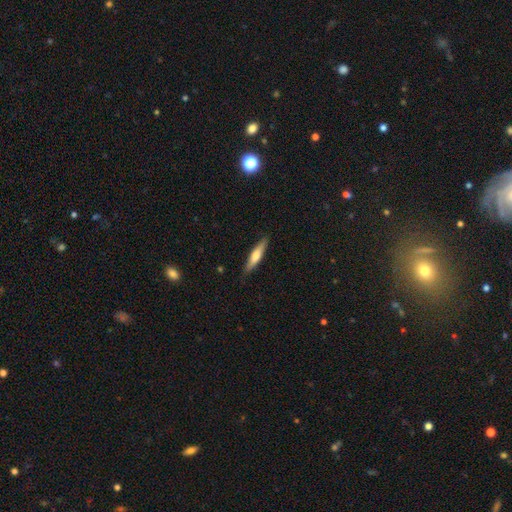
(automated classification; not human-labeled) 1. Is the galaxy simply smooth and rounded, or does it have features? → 61% smooth, 34% featured or disk, 5% star or artifact.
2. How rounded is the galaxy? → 82% cigar-shaped, 16% in between, 2% round.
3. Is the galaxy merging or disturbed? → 86% none, 11% minor disturbance, 2% major disturbance, 1% merger.